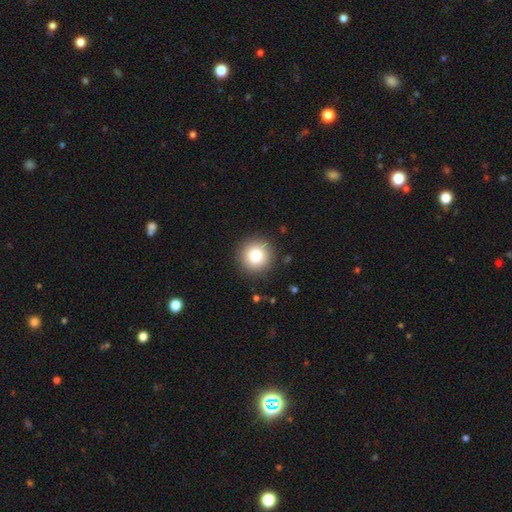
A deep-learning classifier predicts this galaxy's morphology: Overall: smooth (80%). How rounded: round (95%). Merging: none (90%).